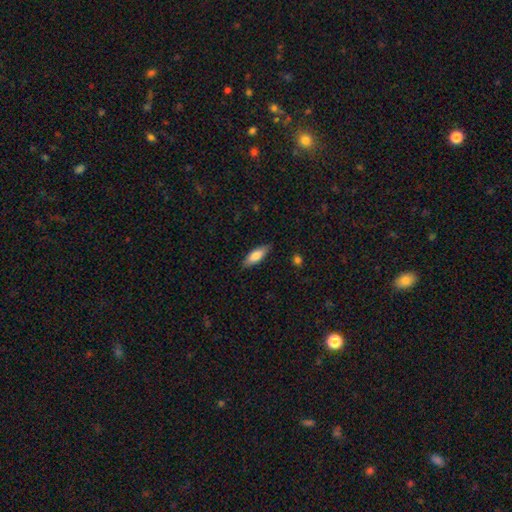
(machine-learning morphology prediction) Q: Smooth or featured?
A: smooth (79%); runner-up: featured or disk (15%)
Q: How rounded?
A: in between (63%); runner-up: cigar-shaped (35%)
Q: Merging?
A: none (85%); runner-up: minor disturbance (12%)